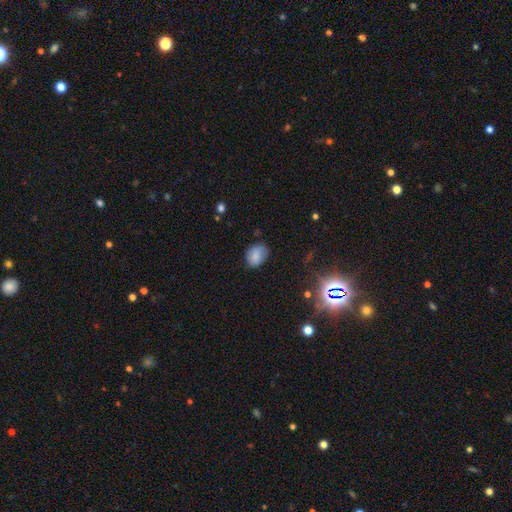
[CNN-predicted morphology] Smooth or featured? smooth (80%)
How rounded? in between (63%)
Merging? none (69%)